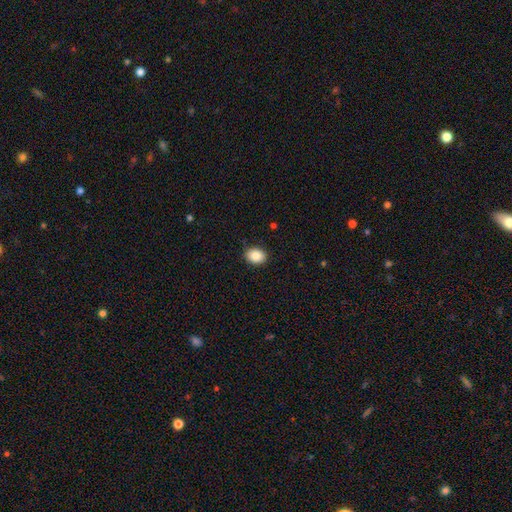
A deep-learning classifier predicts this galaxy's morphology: type=smooth (88%); roundness=in between (63%); merging=none (89%).